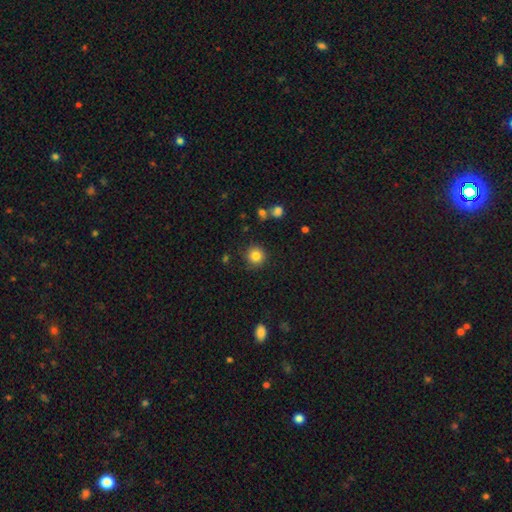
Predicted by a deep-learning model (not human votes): Overall: smooth (84%). How rounded: round (94%). Merging: none (89%).